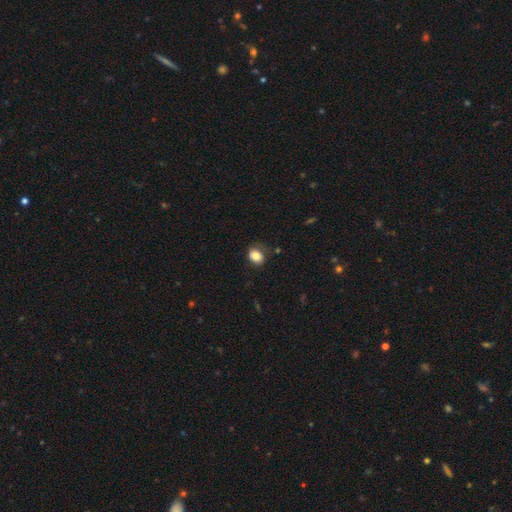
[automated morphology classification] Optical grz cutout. It shows a smooth galaxy with no disk features (82%) that is in between round and cigar-shaped (56%). Merging: none (66%).